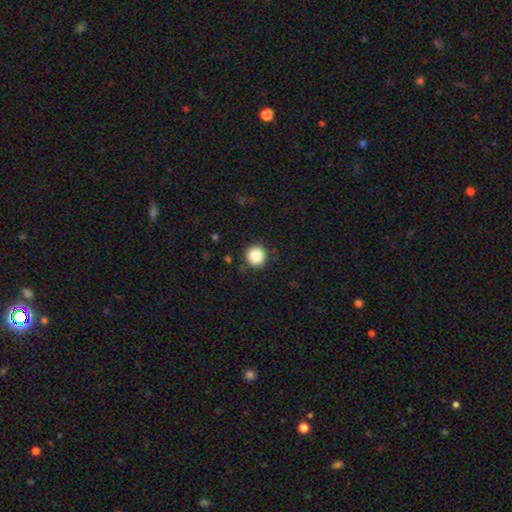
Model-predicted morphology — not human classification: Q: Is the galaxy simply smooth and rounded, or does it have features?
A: smooth — 86%.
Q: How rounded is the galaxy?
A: round — 95%.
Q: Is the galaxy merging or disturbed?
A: none — 90%.